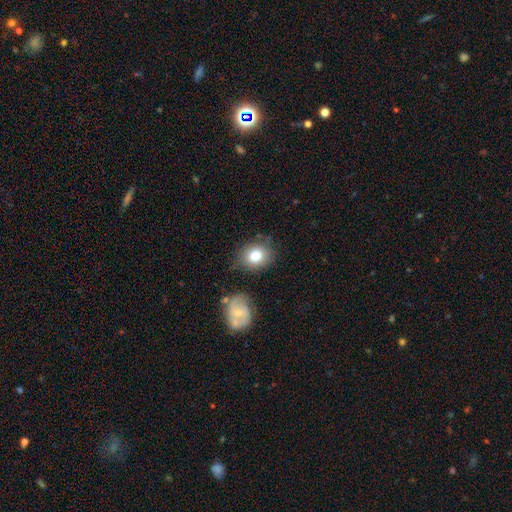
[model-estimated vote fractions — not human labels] Smooth or featured? smooth (80%)
How rounded? round (63%)
Merging? none (77%)